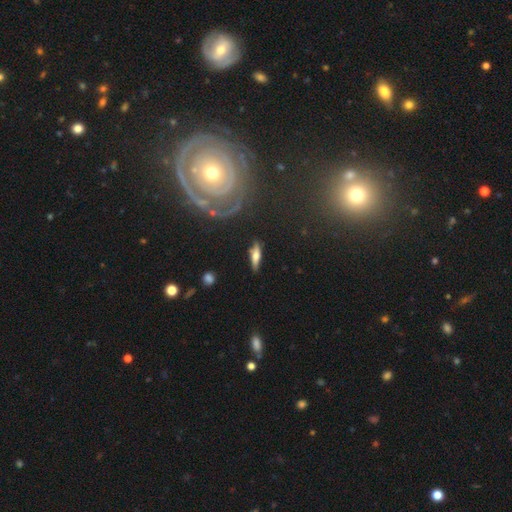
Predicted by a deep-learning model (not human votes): Morphology: type=featured or disk (46%, tied with smooth); merging=none (81%).